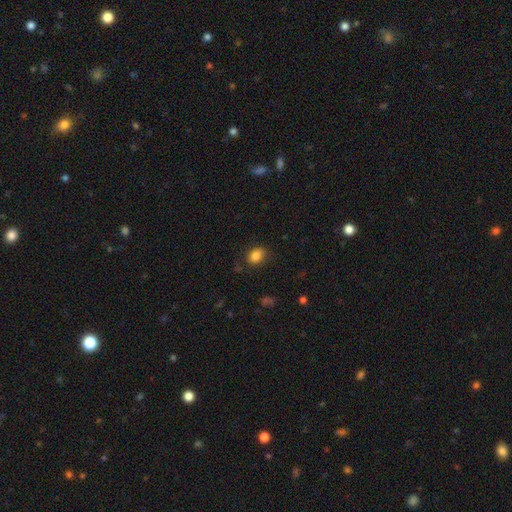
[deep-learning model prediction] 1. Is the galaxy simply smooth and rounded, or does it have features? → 84% smooth, 10% star or artifact, 6% featured or disk.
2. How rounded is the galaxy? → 64% in between, 35% round, 1% cigar-shaped.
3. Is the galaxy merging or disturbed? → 79% none, 15% minor disturbance, 4% major disturbance, 2% merger.